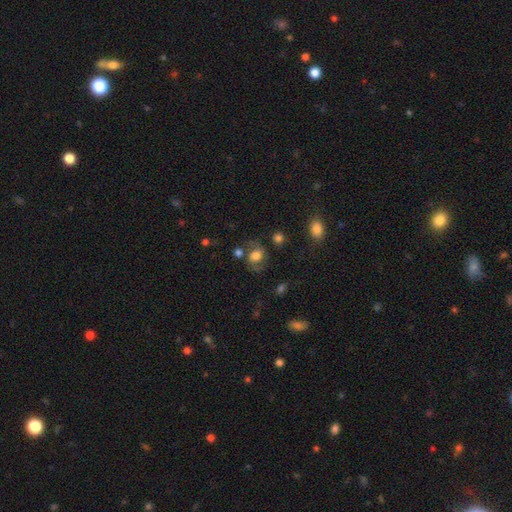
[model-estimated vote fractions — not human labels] Overall: smooth (56%; featured or disk 33%). How rounded: round (57%; in between 42%). Merging: none (59%; minor disturbance 20%).